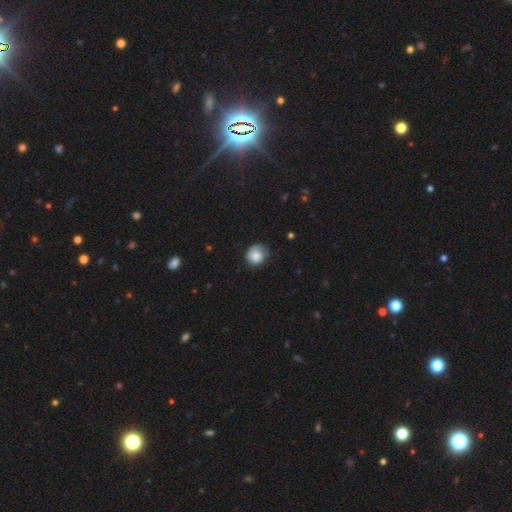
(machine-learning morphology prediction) smooth 78%, featured or disk 15%, star or artifact 8%. Down the decision tree: how rounded — round (83%); merging — none (66%).